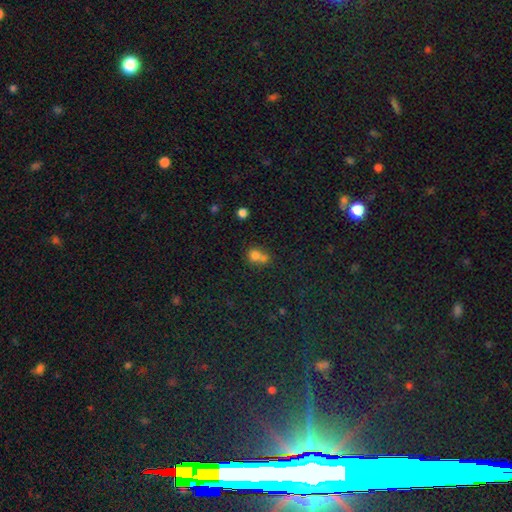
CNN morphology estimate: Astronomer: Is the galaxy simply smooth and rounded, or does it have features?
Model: smooth — 74%.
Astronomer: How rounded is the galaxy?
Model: round — 77%.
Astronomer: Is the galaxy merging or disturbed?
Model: merger — 58%.